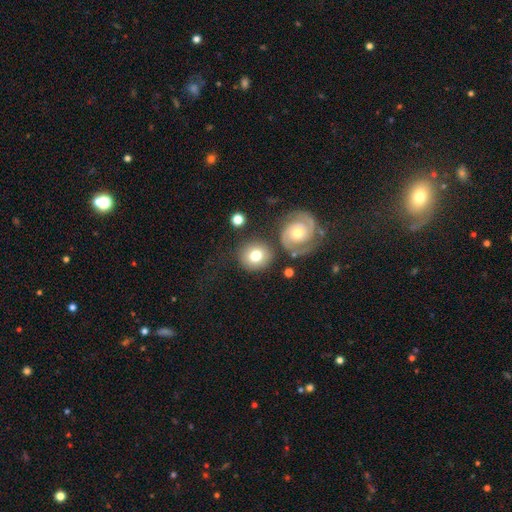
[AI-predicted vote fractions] Morphology: type=smooth (68%); roundness=round (89%); merging=none (75%).